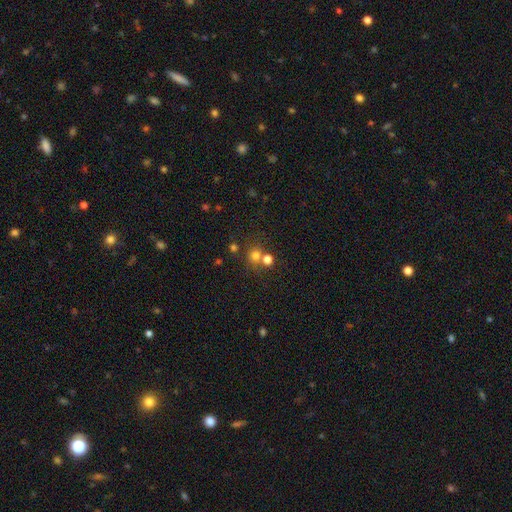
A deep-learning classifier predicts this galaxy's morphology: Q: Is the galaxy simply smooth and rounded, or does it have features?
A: smooth — 71%.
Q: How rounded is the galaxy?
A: round — 86%.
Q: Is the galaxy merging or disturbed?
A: none — 62%.